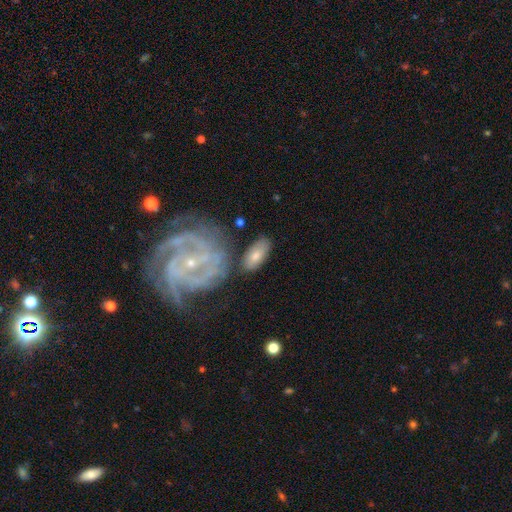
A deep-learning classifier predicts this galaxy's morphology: Q: Smooth or featured?
A: smooth (69%); runner-up: featured or disk (25%)
Q: How rounded?
A: in between (91%); runner-up: cigar-shaped (5%)
Q: Merging?
A: none (71%); runner-up: minor disturbance (15%)